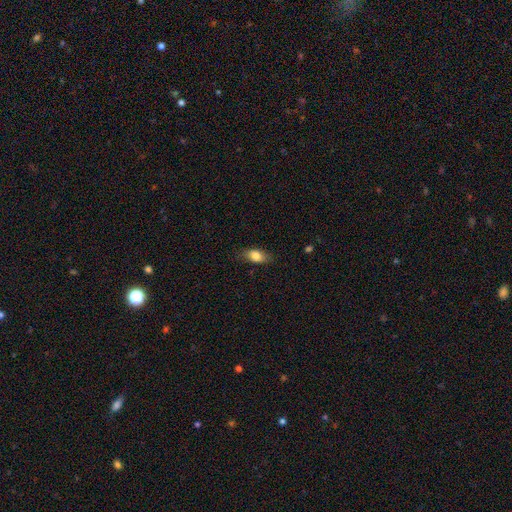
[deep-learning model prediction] Smooth or featured?
  - smooth: 80% *
  - featured or disk: 12%
  - star or artifact: 8%
How rounded?
  - in between: 83% *
  - cigar-shaped: 10%
  - round: 7%
Merging?
  - none: 78% *
  - minor disturbance: 17%
  - major disturbance: 4%
  - merger: 1%